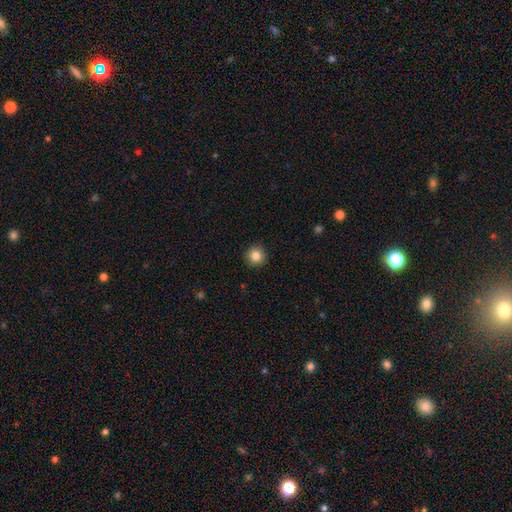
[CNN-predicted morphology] Smooth or featured? Predicted: smooth (p=0.85). How rounded? Predicted: round (p=0.95). Merging? Predicted: none (p=0.92).